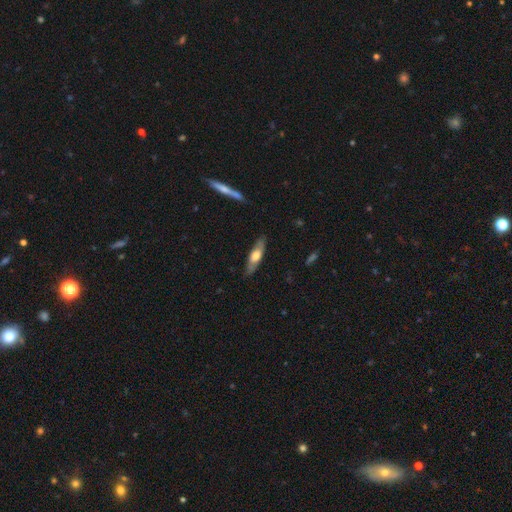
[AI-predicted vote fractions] This is possibly a smooth galaxy (49%). Merging: clearly none (82%).